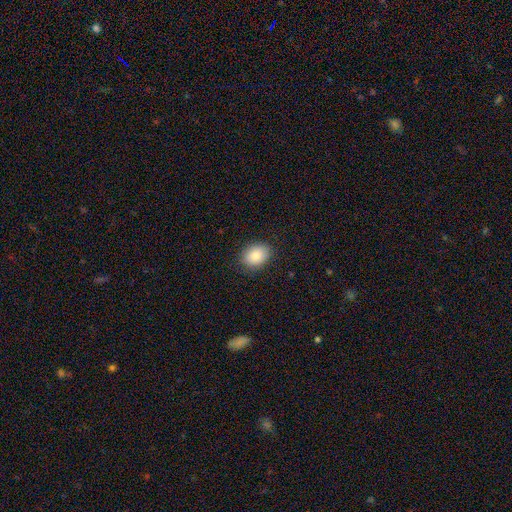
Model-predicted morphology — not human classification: Smooth or featured: smooth — 86% (star or artifact — 8%)
How rounded: in between — 70% (round — 29%)
Merging: none — 87% (minor disturbance — 10%)